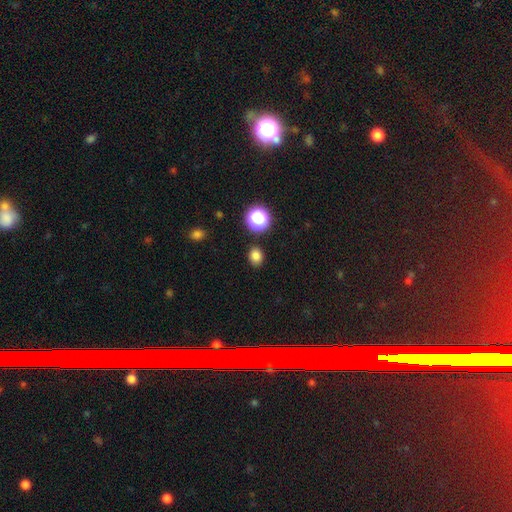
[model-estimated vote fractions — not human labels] A smooth galaxy with no disk features (81%) that is round (53%).

Vote fractions:
- Smooth or featured? smooth: 81% / star or artifact: 15% / featured or disk: 4%
- How rounded? round: 53% / in between: 46% / cigar-shaped: 1%
- Merging? none: 87% / minor disturbance: 8% / merger: 2% / major disturbance: 2%